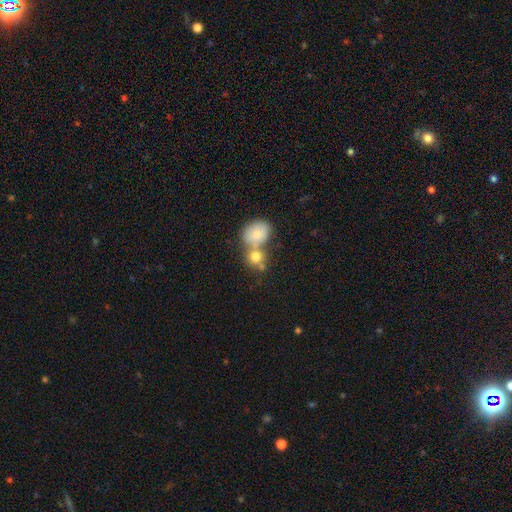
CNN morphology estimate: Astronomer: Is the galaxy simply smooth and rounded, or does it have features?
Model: smooth — 70%.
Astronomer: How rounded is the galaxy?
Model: round — 68%.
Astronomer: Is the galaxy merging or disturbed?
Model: merger — 54% (runner-up: none, 35%).